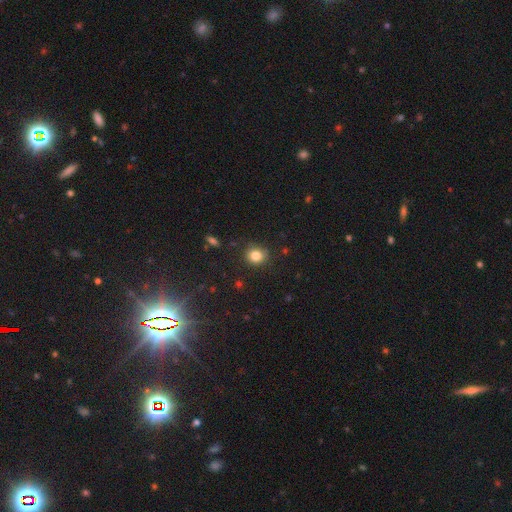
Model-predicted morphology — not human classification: Smooth or featured? Predicted: smooth (p=0.83). How rounded? Predicted: round (p=0.82). Merging? Predicted: none (p=0.85).